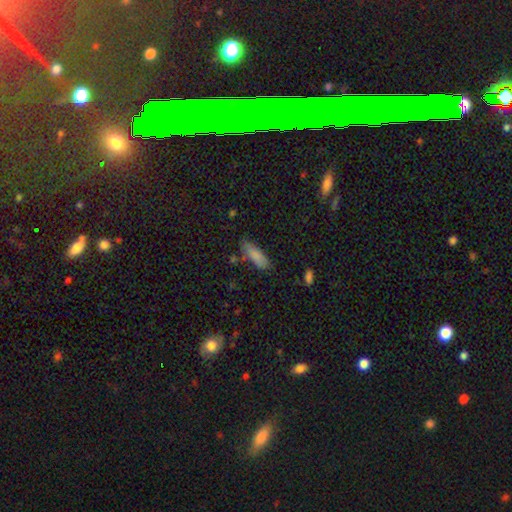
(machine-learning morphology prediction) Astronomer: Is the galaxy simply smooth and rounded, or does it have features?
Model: smooth — 84%.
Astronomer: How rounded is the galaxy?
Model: in between — 54% (runner-up: cigar-shaped, 44%).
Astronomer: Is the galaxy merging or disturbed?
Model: none — 73%.